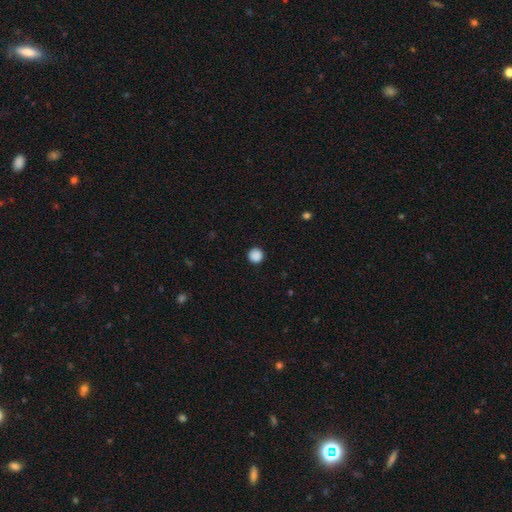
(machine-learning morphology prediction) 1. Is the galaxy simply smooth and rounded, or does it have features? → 88% smooth, 10% star or artifact, 2% featured or disk.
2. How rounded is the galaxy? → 95% round, 4% in between, 1% cigar-shaped.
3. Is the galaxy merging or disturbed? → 92% none, 5% minor disturbance, 2% major disturbance, 1% merger.